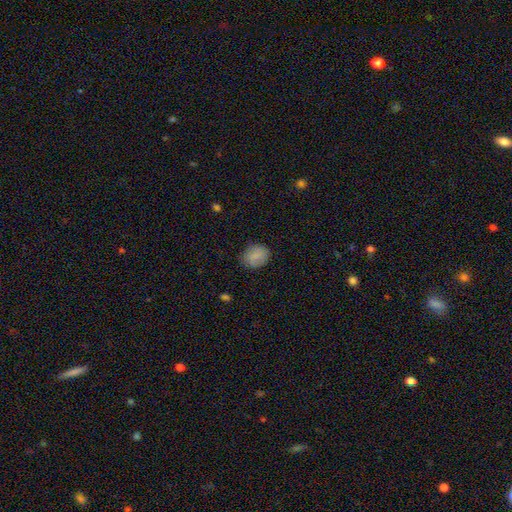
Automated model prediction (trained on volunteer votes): The model was most divided on "how rounded": round: 56%, in between: 43%, cigar-shaped: 1%. More confident: smooth or featured — smooth (85%); merging — none (84%).